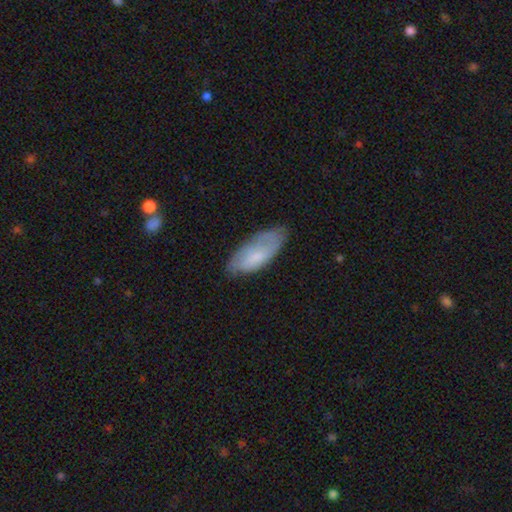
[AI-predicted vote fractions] Smooth or featured? Predicted: smooth (p=0.65). How rounded? Predicted: in between (p=0.83). Merging? Predicted: none (p=0.63).